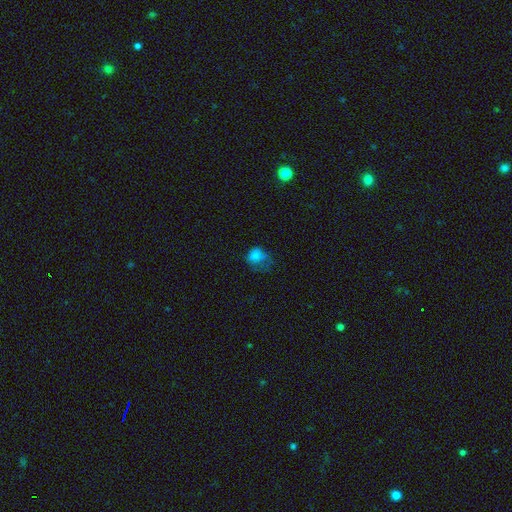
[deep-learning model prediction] Smooth or featured? smooth (75%)
How rounded? round (50%)
Merging? major disturbance (40%)